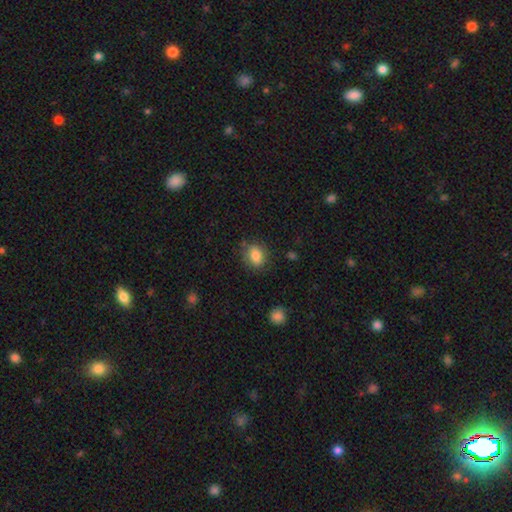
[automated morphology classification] A smooth galaxy with no disk features (82%) that is in between round and cigar-shaped (59%).

Vote fractions:
- Smooth or featured? smooth: 82% / star or artifact: 9% / featured or disk: 9%
- How rounded? in between: 59% / round: 39% / cigar-shaped: 2%
- Merging? none: 78% / minor disturbance: 15% / major disturbance: 4% / merger: 2%